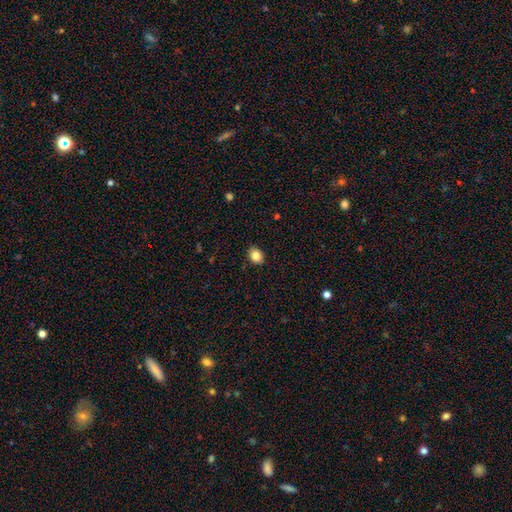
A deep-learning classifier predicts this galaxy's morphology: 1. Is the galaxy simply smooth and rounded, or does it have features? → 84% smooth, 10% star or artifact, 6% featured or disk.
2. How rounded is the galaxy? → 52% round, 47% in between, 1% cigar-shaped.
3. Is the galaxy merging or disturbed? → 88% none, 9% minor disturbance, 2% major disturbance, 1% merger.